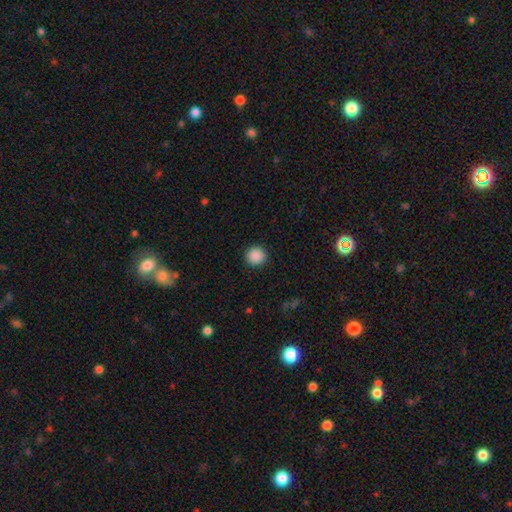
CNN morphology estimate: Smooth or featured? Predicted: smooth (p=0.89). How rounded? Predicted: round (p=0.94). Merging? Predicted: none (p=0.92).